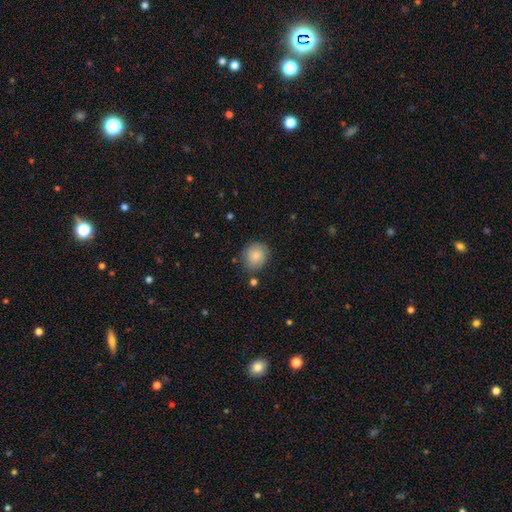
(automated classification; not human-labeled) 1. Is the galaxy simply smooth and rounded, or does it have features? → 81% smooth, 11% featured or disk, 8% star or artifact.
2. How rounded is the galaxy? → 81% round, 18% in between, 1% cigar-shaped.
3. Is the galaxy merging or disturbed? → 79% none, 15% minor disturbance, 4% major disturbance, 3% merger.